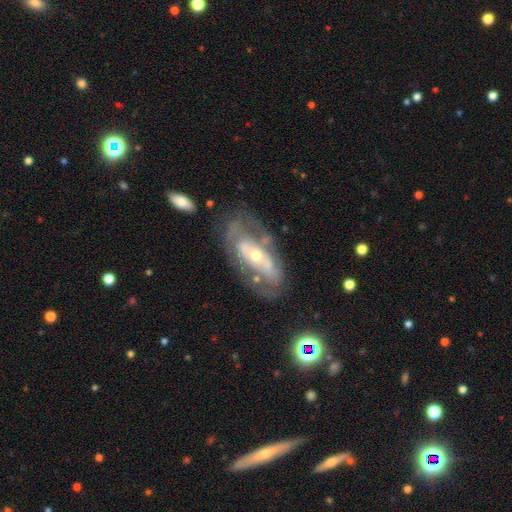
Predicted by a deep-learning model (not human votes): A featured or disk galaxy (75%) with no bar (64%), spiral arms (53%) and a small central bulge (49%).

Vote fractions:
- Smooth or featured? featured or disk: 75% / smooth: 19% / star or artifact: 6%
- Edge-on disk? no: 89% / yes: 11%
- Bar? no: 64% / weak: 20% / strong: 16%
- Spiral arms? yes: 53% / no: 47%
- Bulge size? small: 49% / moderate: 45% / large: 3% / none: 1% / dominant: 1%
- Merging? none: 63% / minor disturbance: 19% / major disturbance: 14% / merger: 4%